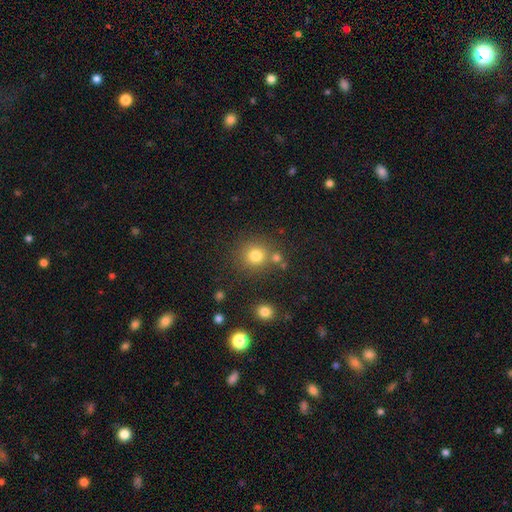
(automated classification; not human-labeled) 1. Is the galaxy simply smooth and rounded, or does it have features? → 79% smooth, 14% star or artifact, 7% featured or disk.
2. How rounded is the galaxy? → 89% round, 10% in between, 1% cigar-shaped.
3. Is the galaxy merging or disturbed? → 74% none, 12% merger, 9% minor disturbance, 4% major disturbance.